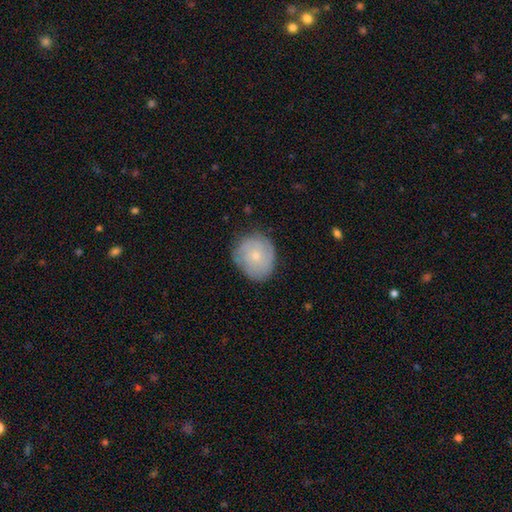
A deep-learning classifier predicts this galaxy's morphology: Smooth or featured? smooth (47%)
Merging? none (75%)